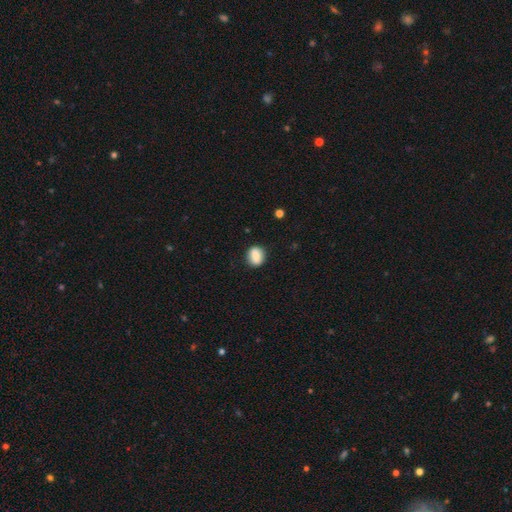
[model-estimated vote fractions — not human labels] smooth_or_featured: smooth (p=0.85) [alt: star or artifact p=0.08]
how_rounded: in between (p=0.51) [alt: round p=0.47]
merging: none (p=0.85) [alt: minor disturbance p=0.11]